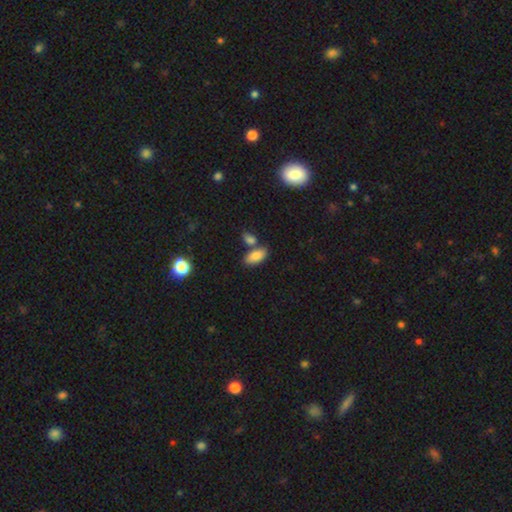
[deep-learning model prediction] Overall: smooth (84%). How rounded: in between (89%). Merging: none (63%).